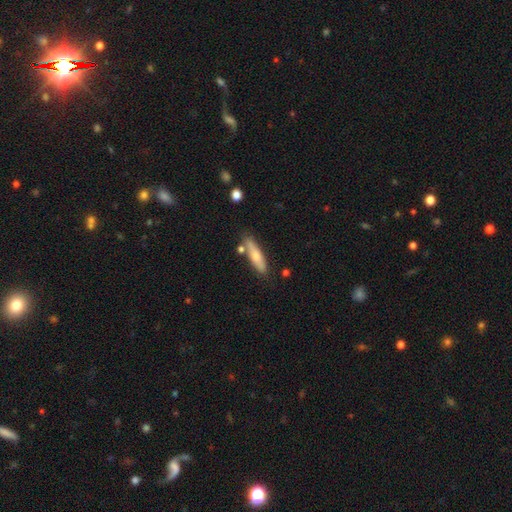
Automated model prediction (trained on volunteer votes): The model was most divided on "smooth or featured": smooth: 62%, featured or disk: 32%, star or artifact: 6%. More confident: merging — none (74%); how rounded — cigar-shaped (73%).